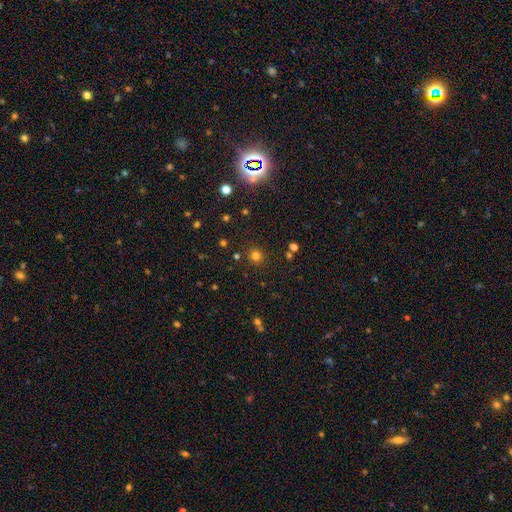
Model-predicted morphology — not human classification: This appears to be a smooth galaxy with no disk features (76%) that is round (92%). Merging: none (88%).